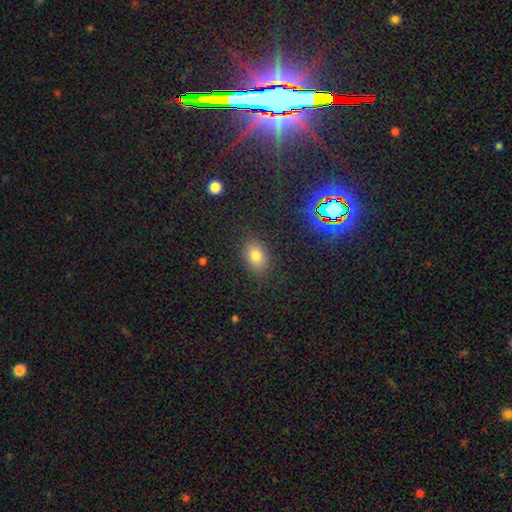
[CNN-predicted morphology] This is likely a smooth galaxy (76%). How rounded: likely in between (76%). Merging: clearly none (84%).